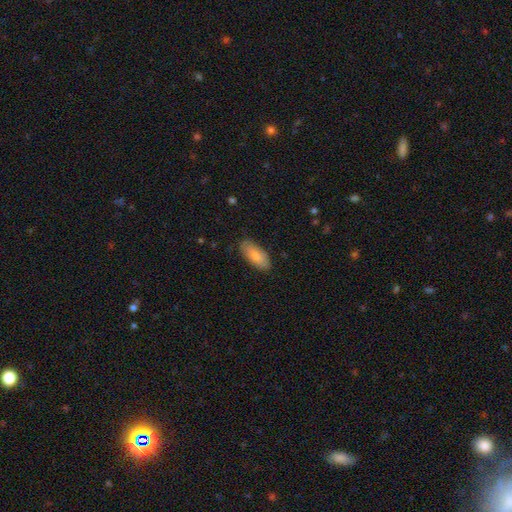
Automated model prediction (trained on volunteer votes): Smooth or featured? Predicted: smooth (p=0.84). How rounded? Predicted: in between (p=0.86). Merging? Predicted: none (p=0.82).